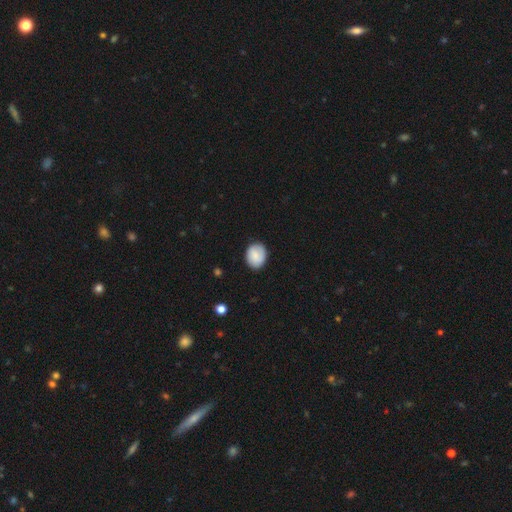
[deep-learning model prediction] This appears to be a smooth galaxy with no disk features (82%) that is round (52%). Merging: none (84%).